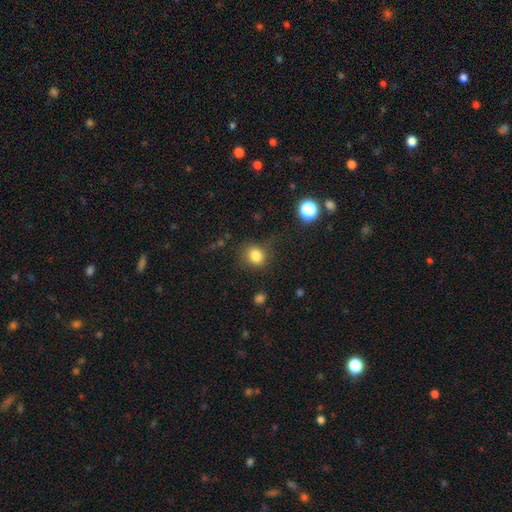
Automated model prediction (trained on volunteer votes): smooth_or_featured: smooth (p=0.82) [alt: star or artifact p=0.13]
how_rounded: round (p=0.71) [alt: in between p=0.28]
merging: none (p=0.76) [alt: minor disturbance p=0.15]